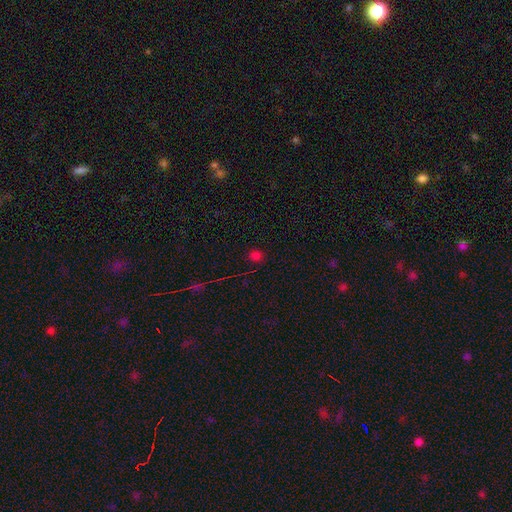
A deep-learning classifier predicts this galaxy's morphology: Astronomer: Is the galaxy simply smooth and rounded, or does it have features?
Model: smooth — 68%.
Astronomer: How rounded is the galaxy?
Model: round — 80%.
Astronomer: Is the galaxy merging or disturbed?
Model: none — 86%.